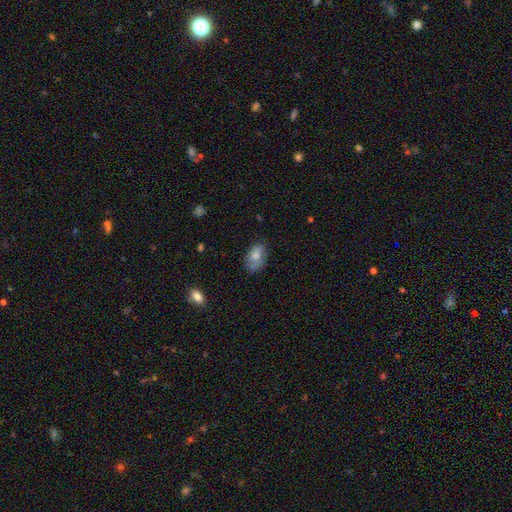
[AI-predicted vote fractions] Morphology: type=smooth (70%); roundness=in between (87%); merging=none (61%).